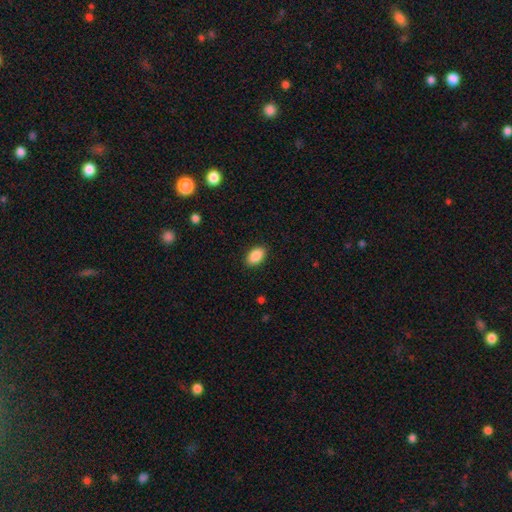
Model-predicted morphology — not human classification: smooth 89%, star or artifact 7%, featured or disk 3%. Down the decision tree: how rounded — in between (92%); merging — none (89%).